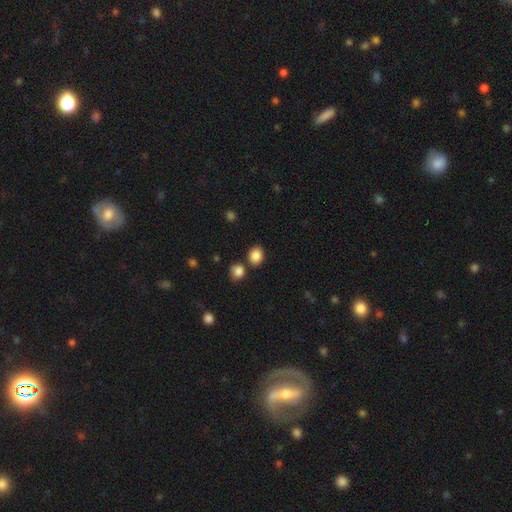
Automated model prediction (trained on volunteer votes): A smooth galaxy with no disk features (86%) that is round (51%). Merging: none (76%).